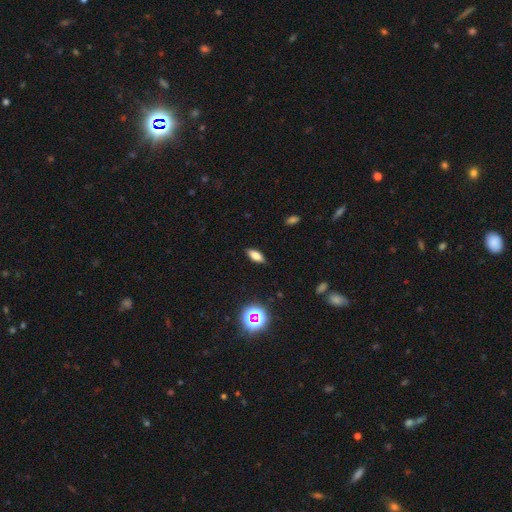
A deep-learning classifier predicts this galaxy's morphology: Q: Smooth or featured?
A: smooth (72%); runner-up: featured or disk (15%)
Q: How rounded?
A: in between (74%); runner-up: cigar-shaped (21%)
Q: Merging?
A: none (88%); runner-up: minor disturbance (9%)